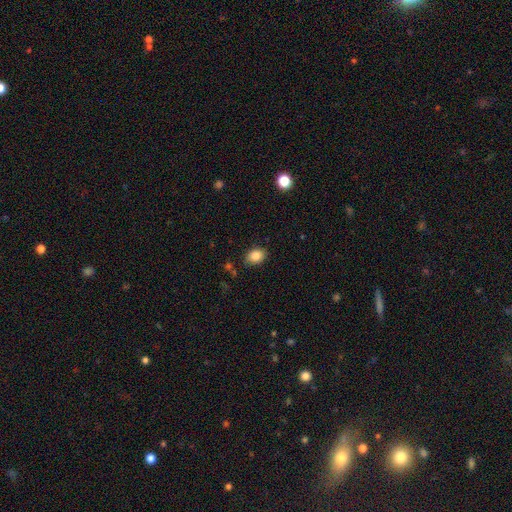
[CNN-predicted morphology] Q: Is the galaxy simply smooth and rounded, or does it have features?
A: smooth — 84%.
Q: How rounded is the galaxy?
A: in between — 71%.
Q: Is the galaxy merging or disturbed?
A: none — 84%.